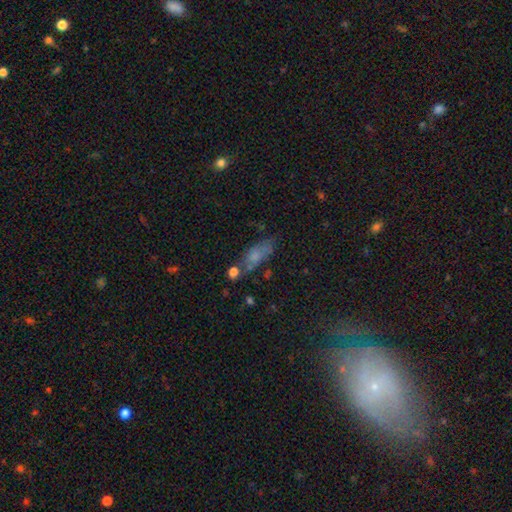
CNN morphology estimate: smooth_or_featured: smooth (p=0.62) [alt: featured or disk p=0.22]
how_rounded: in between (p=0.65) [alt: cigar-shaped p=0.29]
merging: none (p=0.55) [alt: minor disturbance p=0.22]